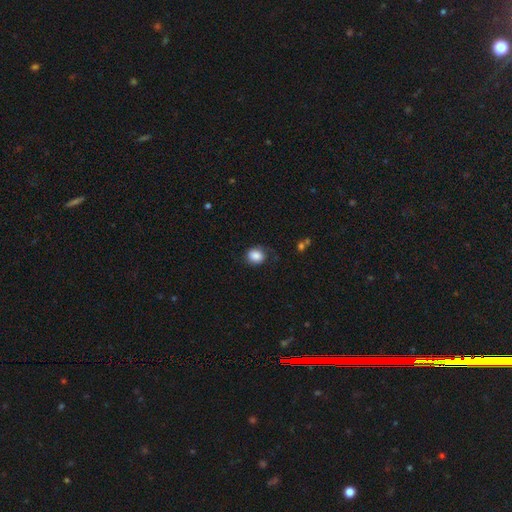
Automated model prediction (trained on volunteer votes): This is clearly a smooth galaxy (84%). How rounded: likely round (69%). Merging: likely none (73%).